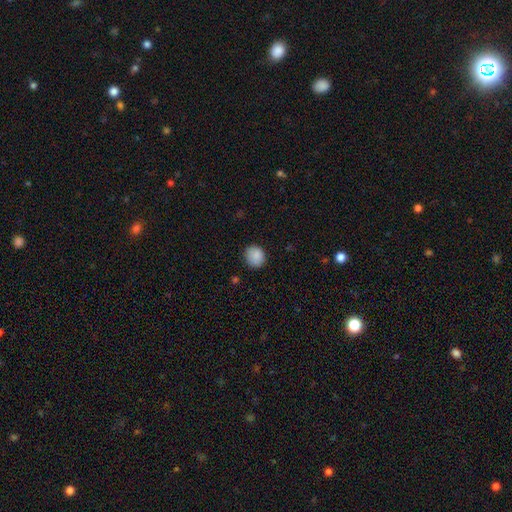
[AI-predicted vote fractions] Morphology: type=smooth (88%); roundness=round (77%); merging=none (84%).